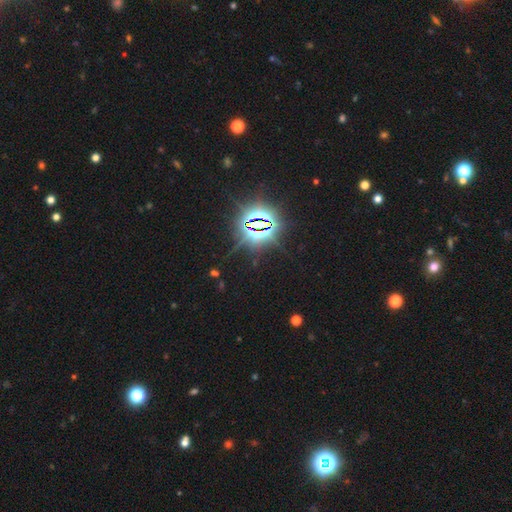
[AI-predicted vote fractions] Q: Smooth or featured?
A: star or artifact (84%); runner-up: smooth (9%)